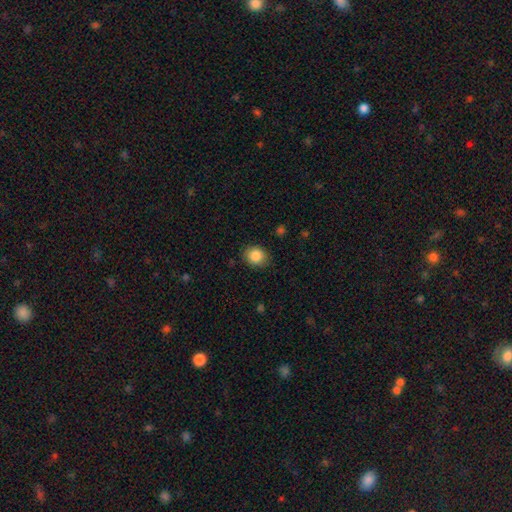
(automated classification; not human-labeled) smooth-or-featured: smooth: 87% | star or artifact: 9% | featured or disk: 5%
  how-rounded: round: 63% | in between: 36% | cigar-shaped: 1%
  merging: none: 85% | minor disturbance: 11% | major disturbance: 3% | merger: 1%